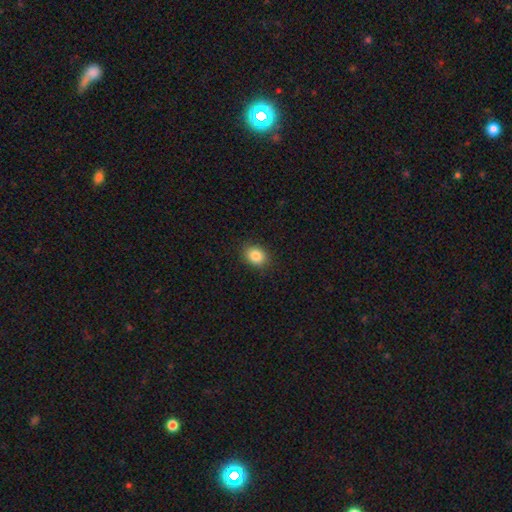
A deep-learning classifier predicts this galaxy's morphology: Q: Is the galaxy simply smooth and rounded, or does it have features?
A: smooth — 86%.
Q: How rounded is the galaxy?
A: in between — 54%.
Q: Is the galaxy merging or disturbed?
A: none — 88%.